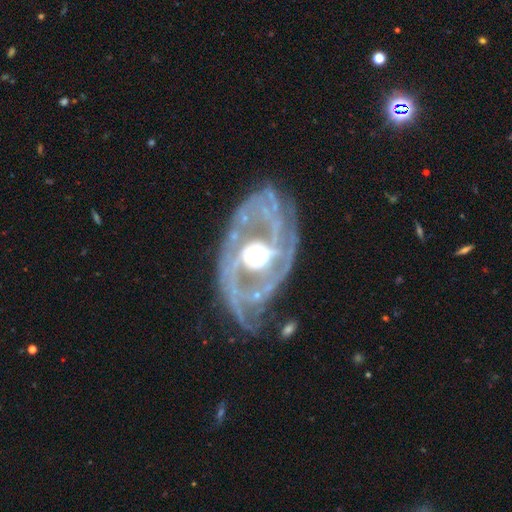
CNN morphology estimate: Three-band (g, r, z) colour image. It shows a featured or disk galaxy (89%) with no bar (51%), 2 (63%) medium (39%) spiral arms (80%) and a moderate central bulge (67%). Merging: none (58%).